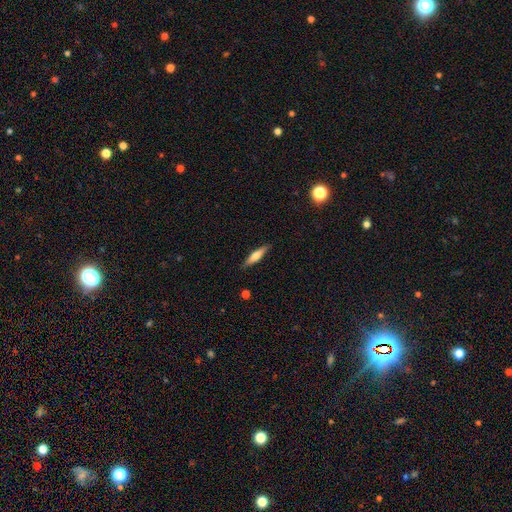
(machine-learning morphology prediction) The model was most divided on "smooth or featured": smooth: 52%, featured or disk: 42%, star or artifact: 6%. More confident: merging — none (88%); how rounded — cigar-shaped (82%).